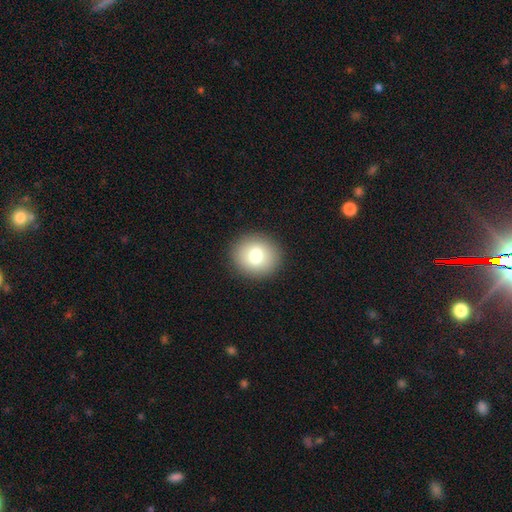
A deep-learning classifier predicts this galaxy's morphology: Q: Smooth or featured?
A: smooth (76%); runner-up: featured or disk (14%)
Q: How rounded?
A: round (80%); runner-up: in between (19%)
Q: Merging?
A: none (90%); runner-up: minor disturbance (6%)